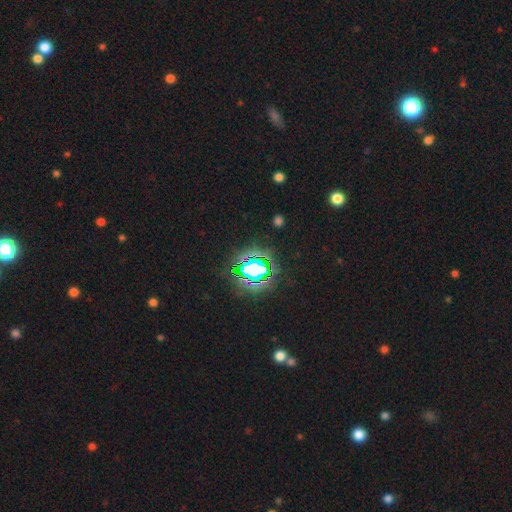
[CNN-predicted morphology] star or artifact 81%, smooth 12%, featured or disk 7%.